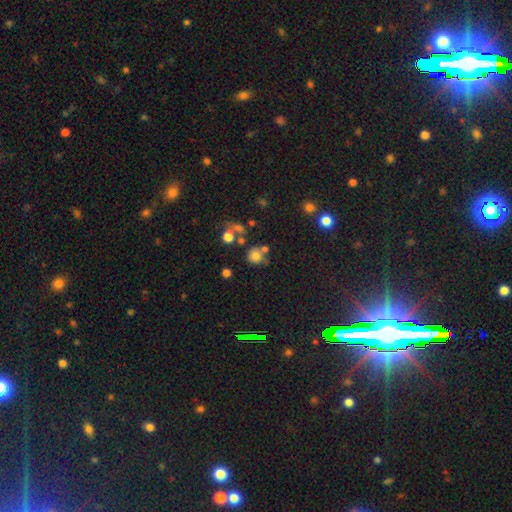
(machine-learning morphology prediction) Smooth or featured? smooth (73%)
How rounded? round (86%)
Merging? none (60%)